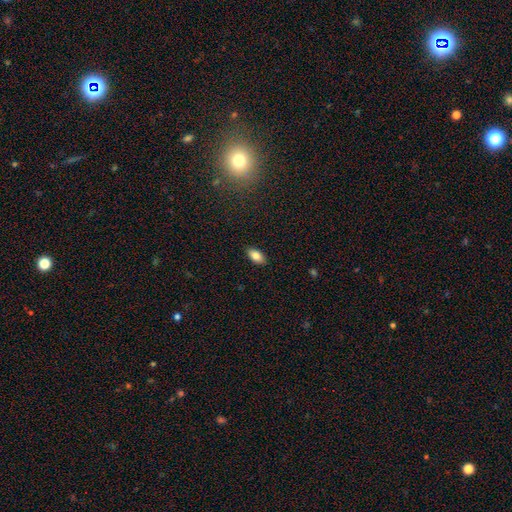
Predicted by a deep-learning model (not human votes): Smooth or featured?
  - smooth: 82% *
  - featured or disk: 10%
  - star or artifact: 8%
How rounded?
  - in between: 91% *
  - cigar-shaped: 5%
  - round: 4%
Merging?
  - none: 88% *
  - minor disturbance: 9%
  - major disturbance: 2%
  - merger: 1%